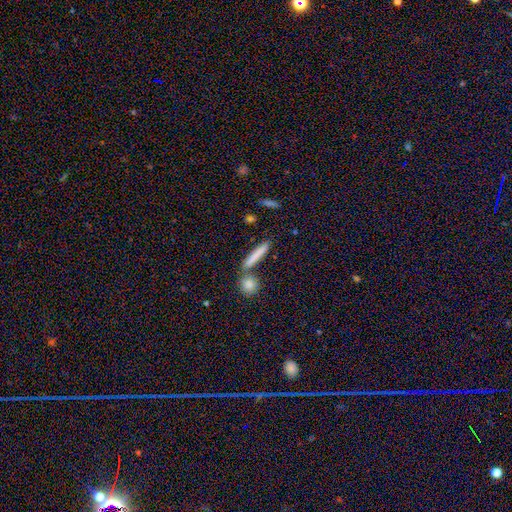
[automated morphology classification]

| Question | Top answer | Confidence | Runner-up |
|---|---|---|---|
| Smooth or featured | smooth | 75% | featured or disk (17%) |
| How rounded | cigar-shaped | 86% | in between (9%) |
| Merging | none | 75% | merger (13%) |